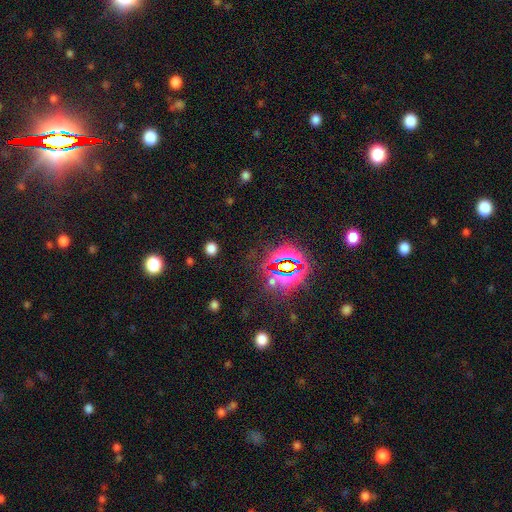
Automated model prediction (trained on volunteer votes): This appears to be a star or artifact, not a galaxy (85%).